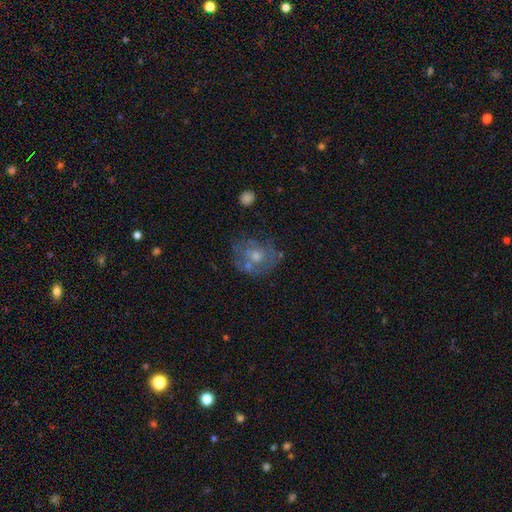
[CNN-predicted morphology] featured or disk 50%, smooth 40%, star or artifact 10%. Down the decision tree: edge-on disk — no (97%); merging — none (50%).